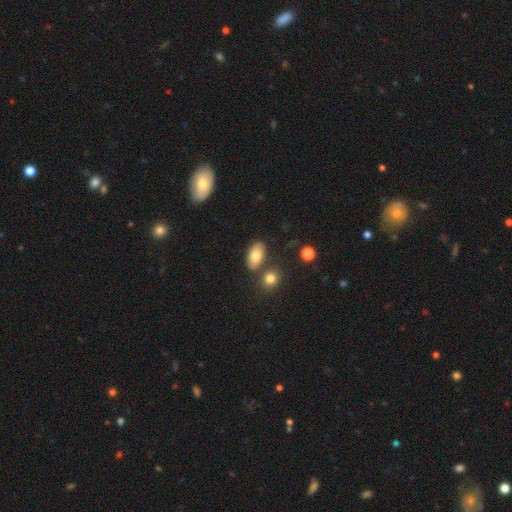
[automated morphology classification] smooth_or_featured: smooth (p=0.80) [alt: featured or disk p=0.12]
how_rounded: in between (p=0.92) [alt: round p=0.06]
merging: none (p=0.73) [alt: minor disturbance p=0.12]